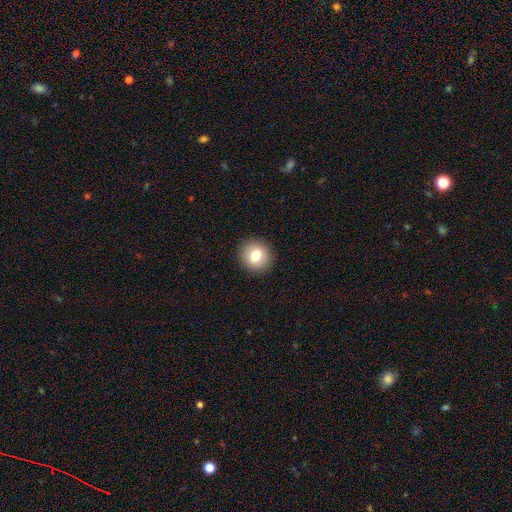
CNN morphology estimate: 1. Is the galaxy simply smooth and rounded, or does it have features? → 77% smooth, 14% featured or disk, 9% star or artifact.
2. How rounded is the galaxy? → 87% round, 12% in between, 1% cigar-shaped.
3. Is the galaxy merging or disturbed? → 91% none, 6% minor disturbance, 2% major disturbance, 1% merger.